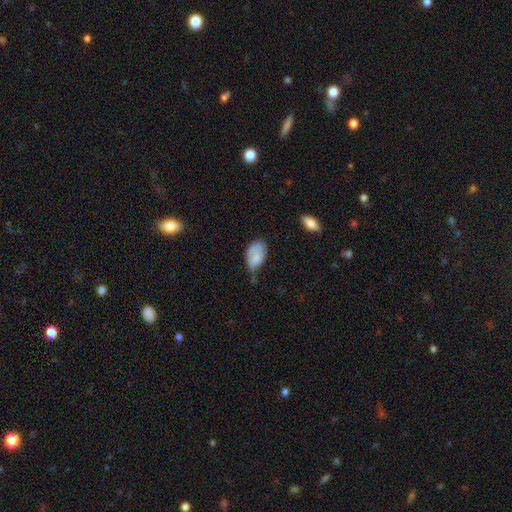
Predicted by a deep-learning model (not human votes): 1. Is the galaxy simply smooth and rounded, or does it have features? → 69% smooth, 24% featured or disk, 7% star or artifact.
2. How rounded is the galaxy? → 92% in between, 7% round, 2% cigar-shaped.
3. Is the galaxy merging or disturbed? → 41% minor disturbance, 39% none, 14% major disturbance, 6% merger.